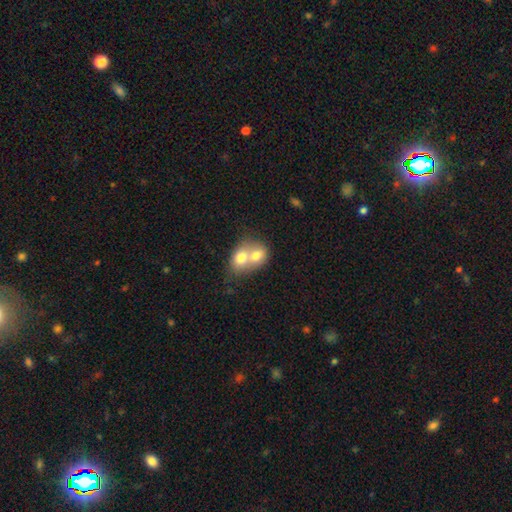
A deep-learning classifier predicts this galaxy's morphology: Smooth or featured? smooth (69%)
How rounded? in between (52%)
Merging? merger (78%)